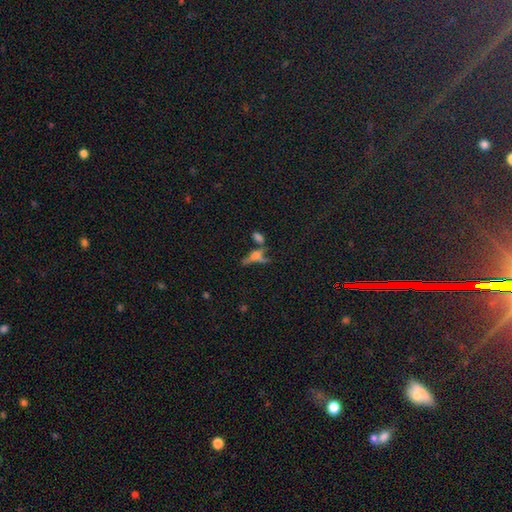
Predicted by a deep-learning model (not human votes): This appears to be a smooth galaxy with no disk features (44%). Merging: none (36%).